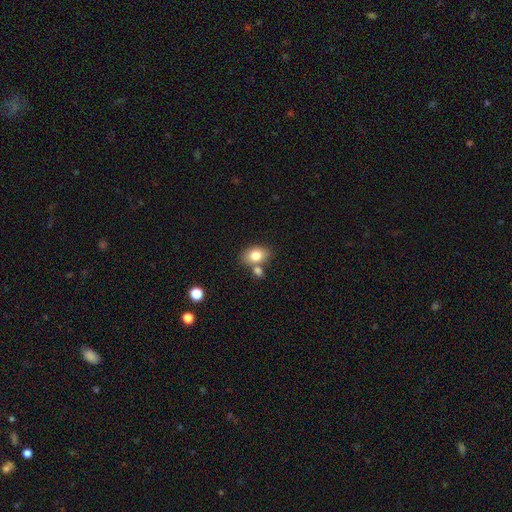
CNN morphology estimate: A smooth galaxy with no disk features (80%) that is in between round and cigar-shaped (78%).

Vote fractions:
- Smooth or featured? smooth: 80% / featured or disk: 11% / star or artifact: 9%
- How rounded? in between: 78% / round: 21% / cigar-shaped: 1%
- Merging? none: 60% / merger: 24% / minor disturbance: 12% / major disturbance: 3%